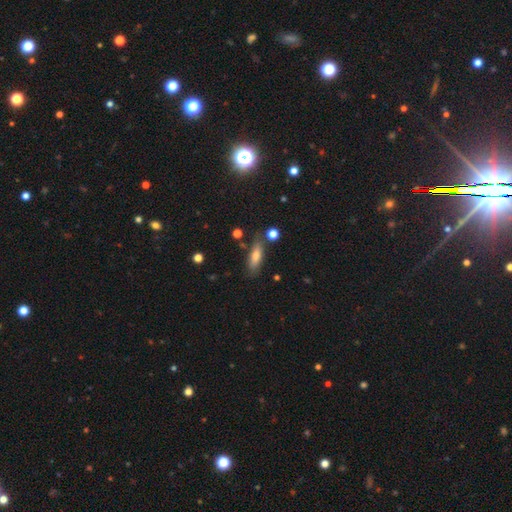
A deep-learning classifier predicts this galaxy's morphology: Smooth or featured?
  - smooth: 63% *
  - featured or disk: 25%
  - star or artifact: 13%
How rounded?
  - cigar-shaped: 51% *
  - in between: 45%
  - round: 4%
Merging?
  - none: 77% *
  - minor disturbance: 15%
  - merger: 5%
  - major disturbance: 4%